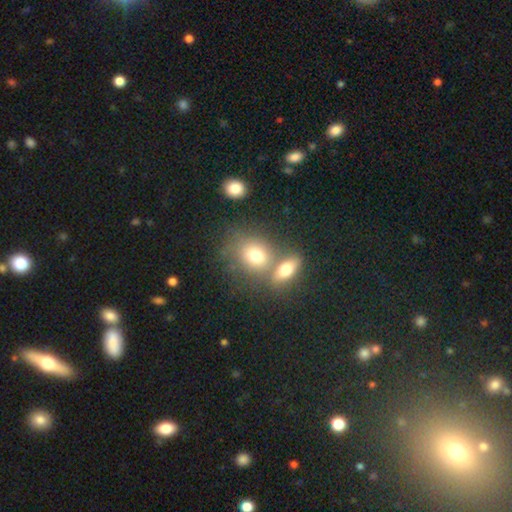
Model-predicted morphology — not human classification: Q: Smooth or featured?
A: smooth (74%); runner-up: featured or disk (14%)
Q: How rounded?
A: in between (50%); runner-up: round (48%)
Q: Merging?
A: none (44%); runner-up: merger (41%)